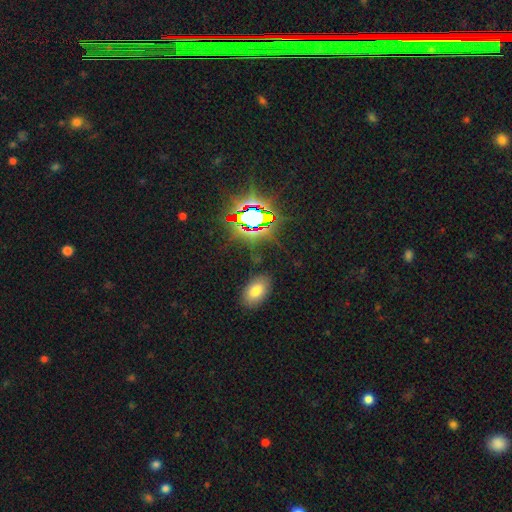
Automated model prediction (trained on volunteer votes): A smooth galaxy with no disk features (49%).

Vote fractions:
- Smooth or featured? smooth: 49% / star or artifact: 41% / featured or disk: 11%
- Merging? none: 86% / minor disturbance: 9% / major disturbance: 3% / merger: 2%